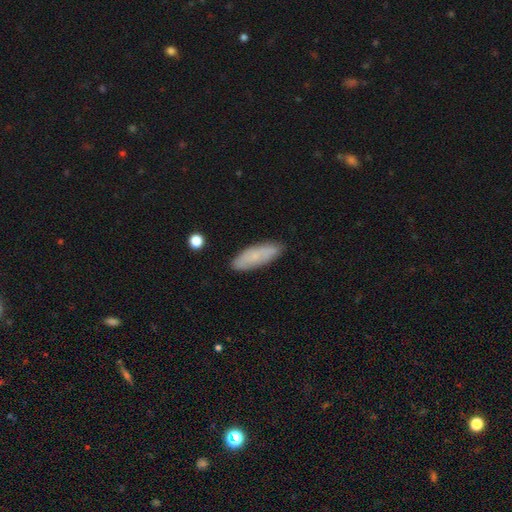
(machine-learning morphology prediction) smooth 72%, featured or disk 21%, star or artifact 7%. Down the decision tree: how rounded — in between (53%); merging — none (86%).